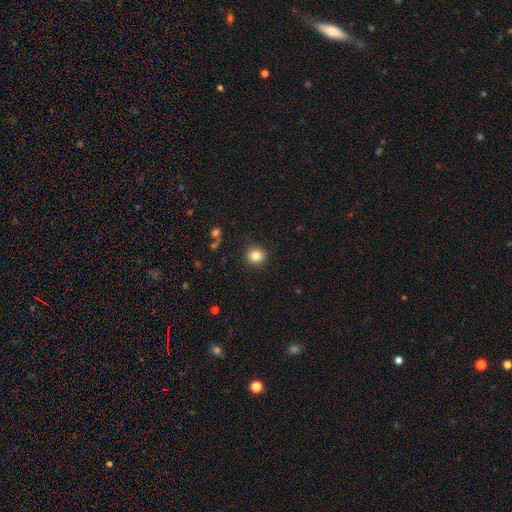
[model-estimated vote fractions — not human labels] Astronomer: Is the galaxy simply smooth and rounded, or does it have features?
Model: smooth — 83%.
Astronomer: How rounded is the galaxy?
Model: round — 87%.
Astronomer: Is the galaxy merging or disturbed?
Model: none — 89%.